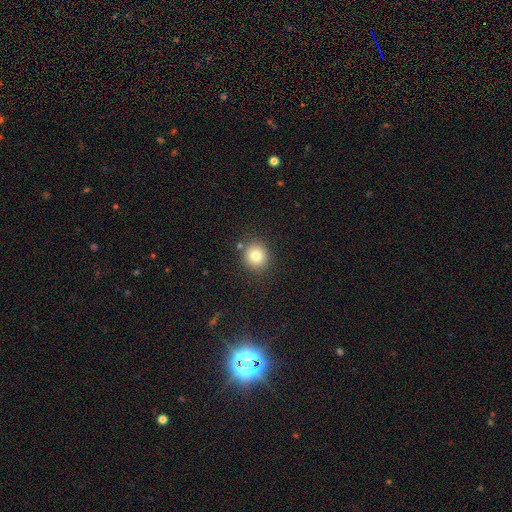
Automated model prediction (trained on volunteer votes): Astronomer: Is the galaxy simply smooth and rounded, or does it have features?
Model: smooth — 81%.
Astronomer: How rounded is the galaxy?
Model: round — 88%.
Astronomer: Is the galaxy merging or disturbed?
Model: none — 86%.